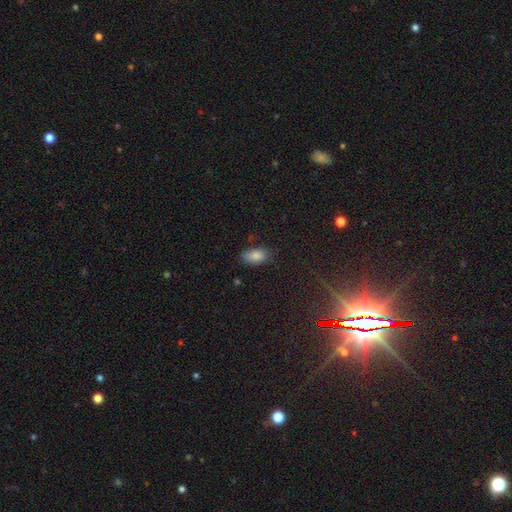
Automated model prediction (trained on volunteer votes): smooth 84%, star or artifact 9%, featured or disk 6%. Down the decision tree: how rounded — in between (92%); merging — none (72%).